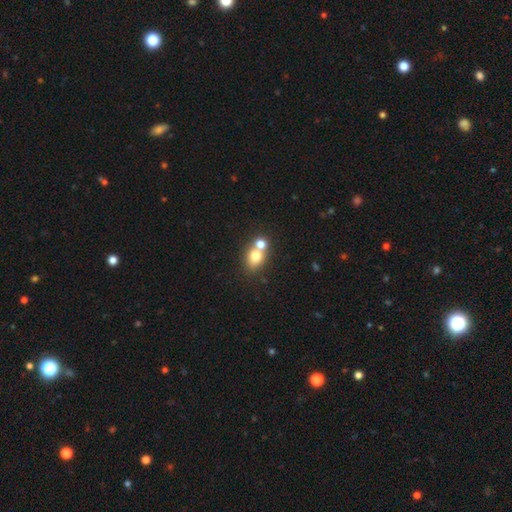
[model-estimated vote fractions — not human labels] smooth 74%, featured or disk 14%, star or artifact 12%. Down the decision tree: how rounded — round (53%); merging — merger (48%).